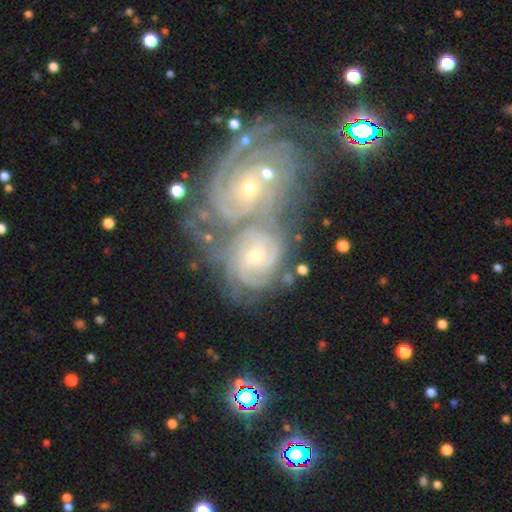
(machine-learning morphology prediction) A featured or disk galaxy (87%) with no bar (62%), 4 (32%) tight (72%) spiral arms (97%) and a small central bulge (64%). Merging: merger (66%).